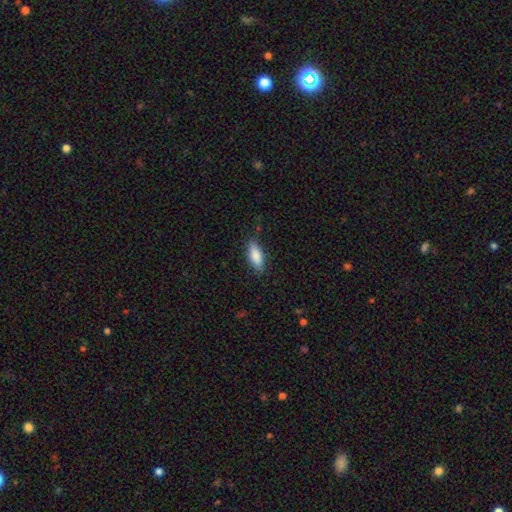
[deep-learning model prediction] smooth 84%, featured or disk 9%, star or artifact 6%. Down the decision tree: how rounded — in between (71%); merging — none (82%).